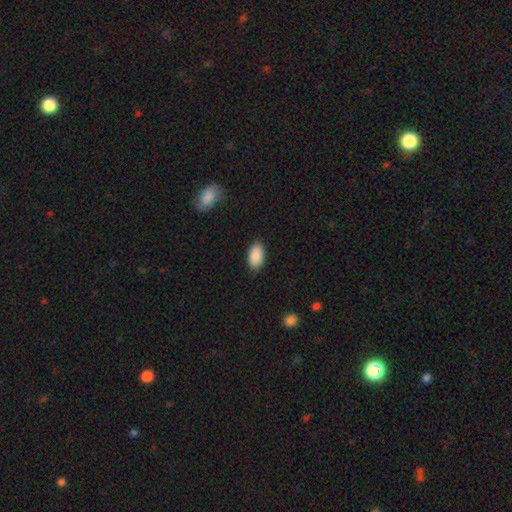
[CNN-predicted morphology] Smooth or featured?
  - smooth: 89% *
  - star or artifact: 7%
  - featured or disk: 4%
How rounded?
  - in between: 94% *
  - round: 3%
  - cigar-shaped: 2%
Merging?
  - none: 85% *
  - minor disturbance: 11%
  - major disturbance: 2%
  - merger: 1%